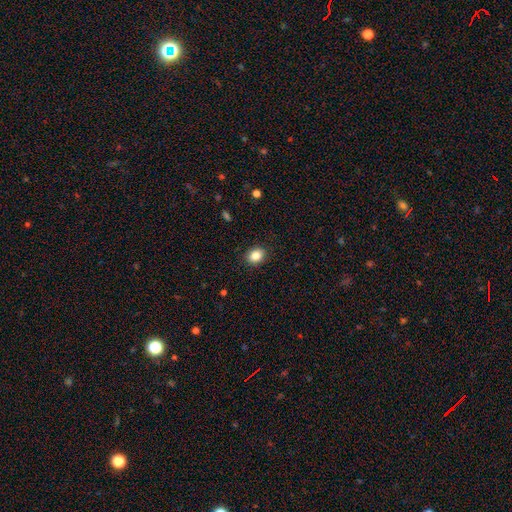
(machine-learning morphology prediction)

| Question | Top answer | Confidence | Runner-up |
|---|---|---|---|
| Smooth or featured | smooth | 85% | star or artifact (9%) |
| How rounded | round | 50% | in between (49%) |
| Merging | none | 89% | minor disturbance (7%) |